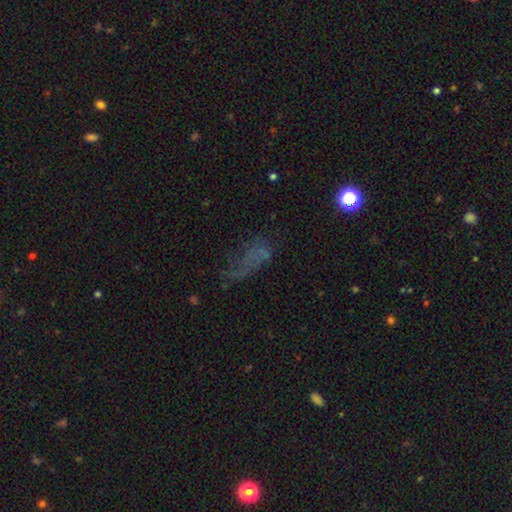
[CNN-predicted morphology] type=smooth (42%); merging=none (40%).